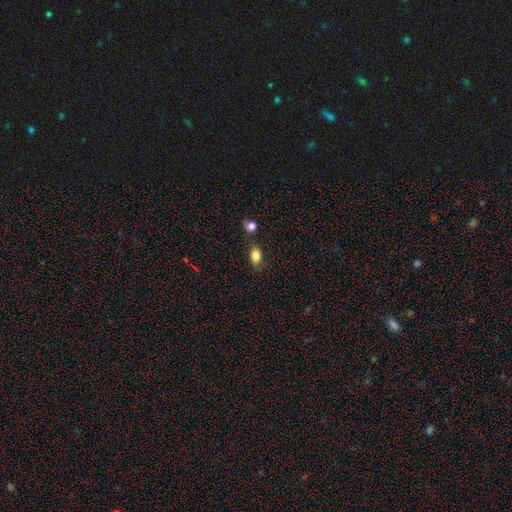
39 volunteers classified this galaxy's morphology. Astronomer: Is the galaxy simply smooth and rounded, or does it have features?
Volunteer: smooth — 92%.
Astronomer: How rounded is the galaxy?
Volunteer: in between — 64%.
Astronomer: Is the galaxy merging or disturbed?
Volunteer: none — 70%.